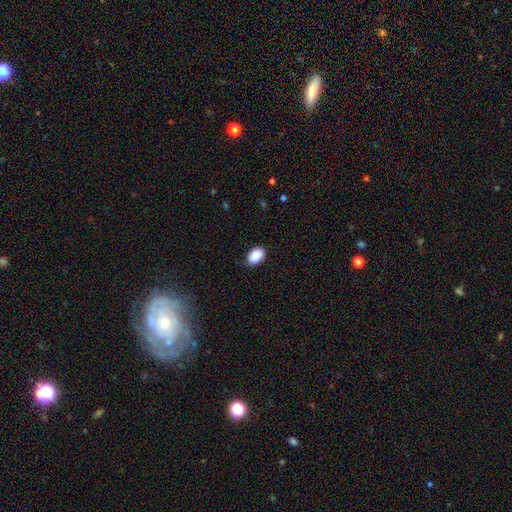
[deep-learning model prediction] Smooth or featured: smooth — 89% (star or artifact — 7%)
How rounded: in between — 87% (round — 12%)
Merging: none — 81% (minor disturbance — 15%)